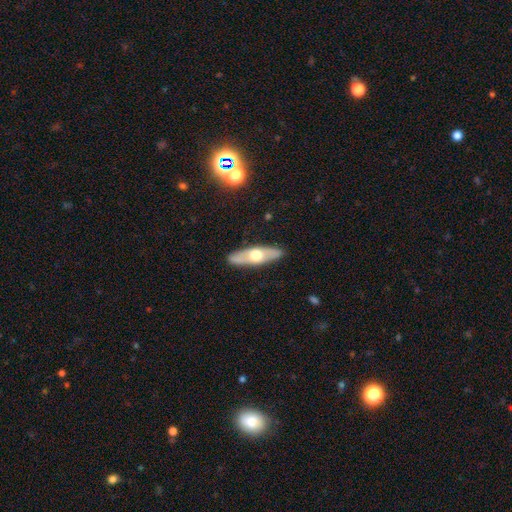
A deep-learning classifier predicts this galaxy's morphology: This is possibly a featured or disk galaxy (50%). It is likely viewed edge-on (69%). Merging: clearly none (89%).